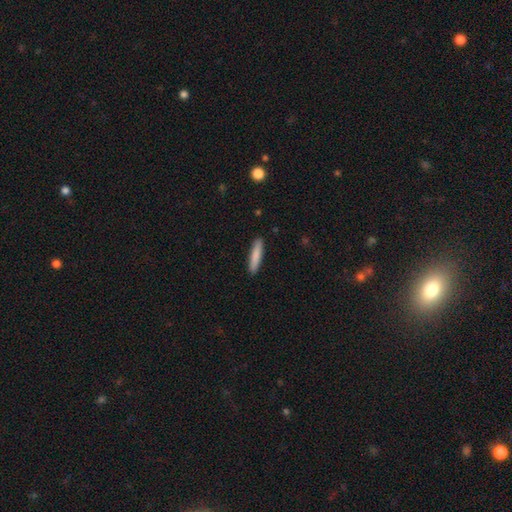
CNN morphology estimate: Overall: smooth (84%). How rounded: cigar-shaped (89%). Merging: none (90%).